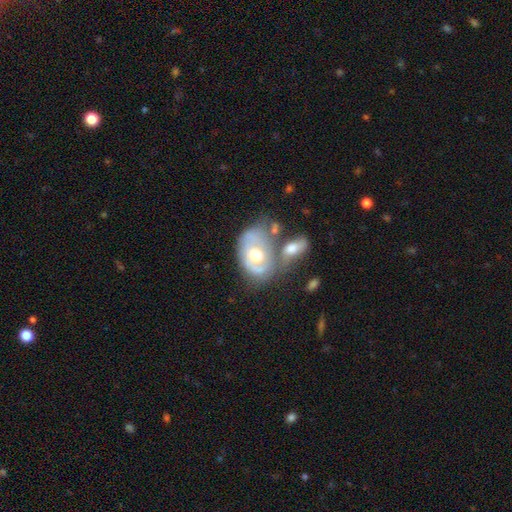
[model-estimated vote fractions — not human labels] This appears to be a featured or disk galaxy (63%) with no bar (77%), spiral arms (51%) and a moderate central bulge (74%). Merging: merger (38%).